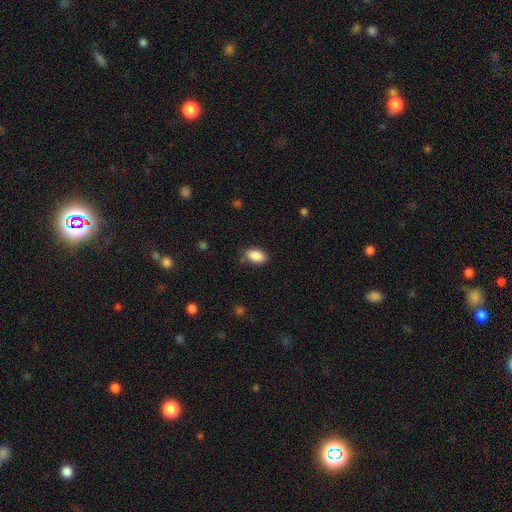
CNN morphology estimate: Overall: smooth (88%). How rounded: in between (91%). Merging: none (77%).